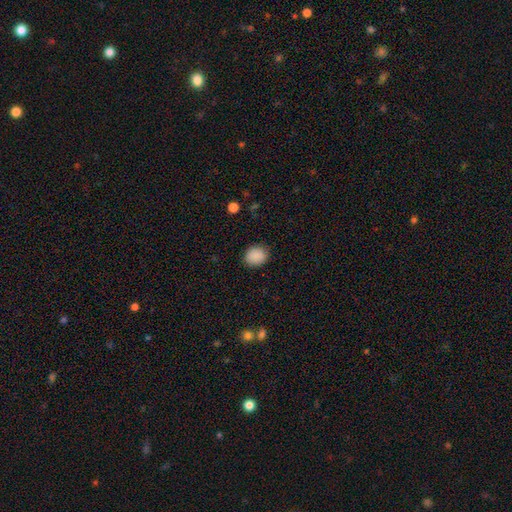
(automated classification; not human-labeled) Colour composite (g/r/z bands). It shows a smooth galaxy with no disk features (89%) that is round (62%). Merging: none (87%).